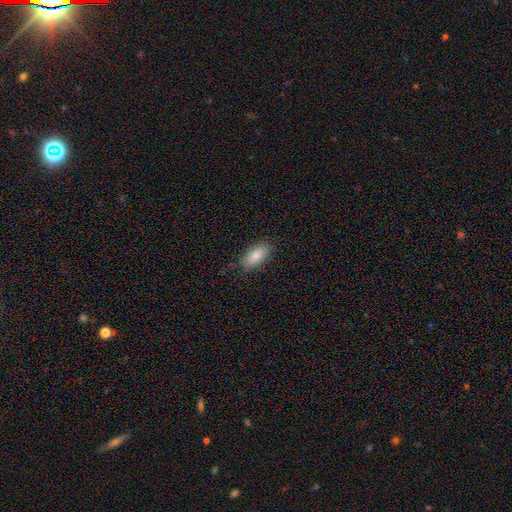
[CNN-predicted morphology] smooth-or-featured: smooth: 85% | featured or disk: 8% | star or artifact: 7%
  how-rounded: in between: 87% | cigar-shaped: 11% | round: 2%
  merging: none: 83% | minor disturbance: 13% | major disturbance: 3% | merger: 1%